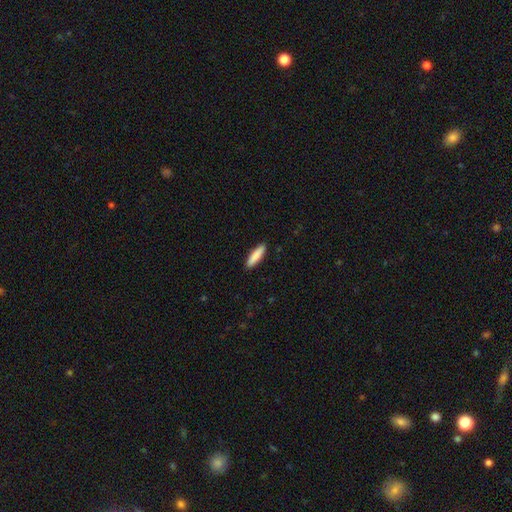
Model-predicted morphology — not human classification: Smooth or featured?
  - smooth: 87% *
  - featured or disk: 8%
  - star or artifact: 5%
How rounded?
  - cigar-shaped: 74% *
  - in between: 25%
  - round: 1%
Merging?
  - none: 91% *
  - minor disturbance: 7%
  - major disturbance: 2%
  - merger: 1%